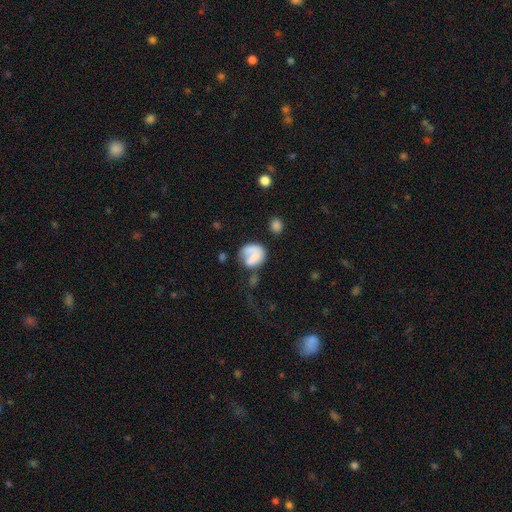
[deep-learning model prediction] Overall: smooth (56%; featured or disk 35%). How rounded: round (58%; in between 41%). Merging: none (39%; major disturbance 26%).